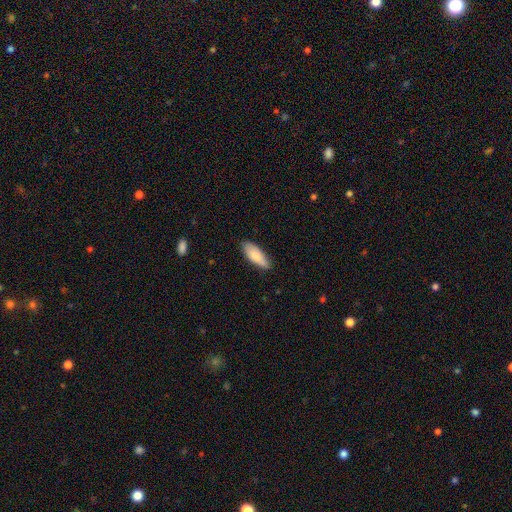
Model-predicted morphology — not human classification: This appears to be a smooth galaxy with no disk features (85%) that is in between round and cigar-shaped (69%). Merging: none (83%).